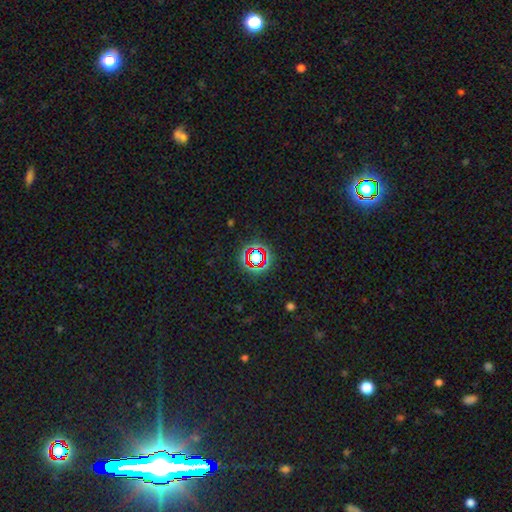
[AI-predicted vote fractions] A star or artifact, not a galaxy (71%).